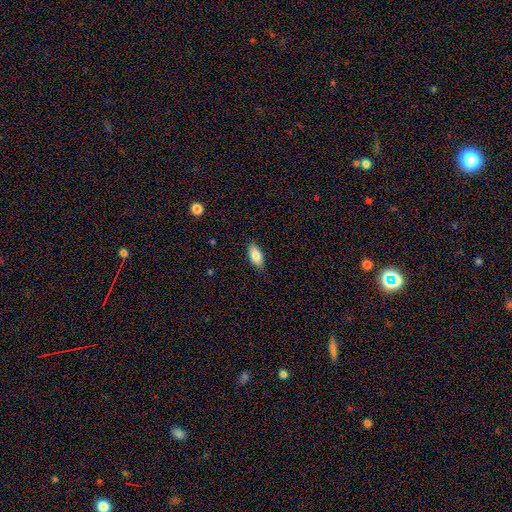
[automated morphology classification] type=smooth (81%); roundness=in between (87%); merging=none (83%).